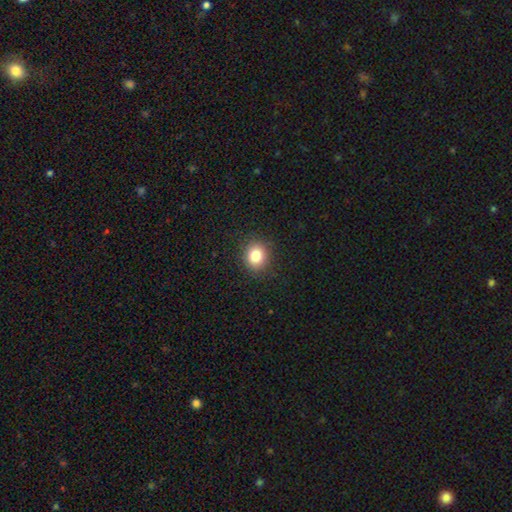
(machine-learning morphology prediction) smooth-or-featured: smooth: 83% | star or artifact: 11% | featured or disk: 6%
  how-rounded: round: 71% | in between: 28% | cigar-shaped: 1%
  merging: none: 88% | minor disturbance: 8% | major disturbance: 3% | merger: 1%